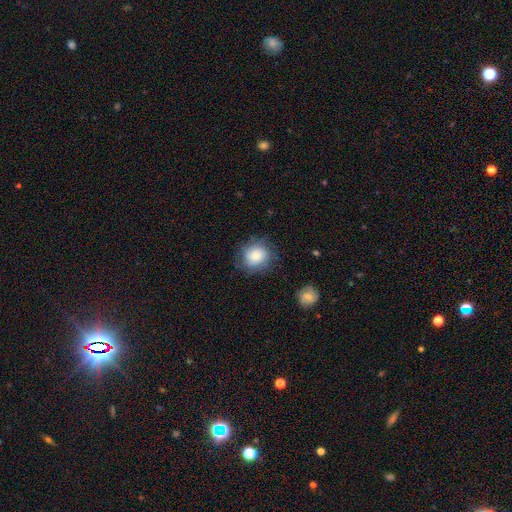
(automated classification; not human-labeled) Smooth or featured?
  - smooth: 75% *
  - featured or disk: 16%
  - star or artifact: 9%
How rounded?
  - round: 83% *
  - in between: 16%
  - cigar-shaped: 1%
Merging?
  - none: 73% *
  - minor disturbance: 18%
  - major disturbance: 7%
  - merger: 2%